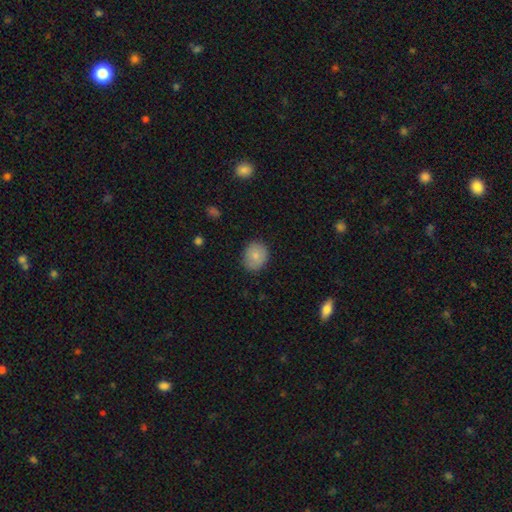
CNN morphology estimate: smooth 83%, featured or disk 10%, star or artifact 8%. Down the decision tree: how rounded — round (65%); merging — none (85%).